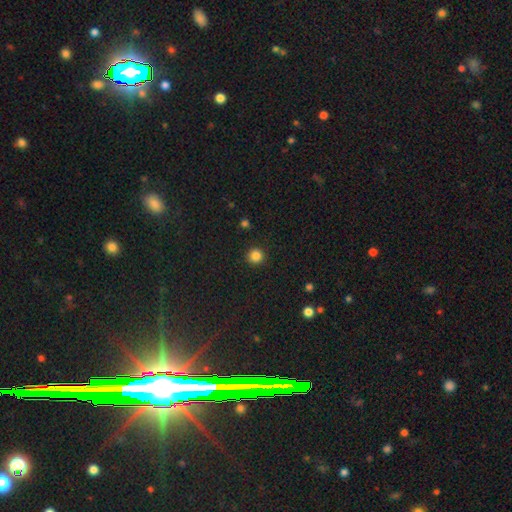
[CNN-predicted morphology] Smooth or featured: smooth — 85% (star or artifact — 12%)
How rounded: round — 94% (in between — 5%)
Merging: none — 91% (minor disturbance — 6%)